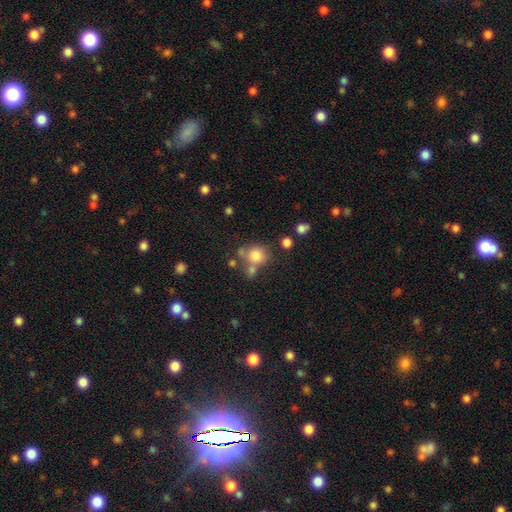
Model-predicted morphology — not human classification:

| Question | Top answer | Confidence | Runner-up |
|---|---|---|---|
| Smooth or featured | smooth | 78% | star or artifact (12%) |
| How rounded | round | 80% | in between (19%) |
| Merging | none | 57% | merger (23%) |